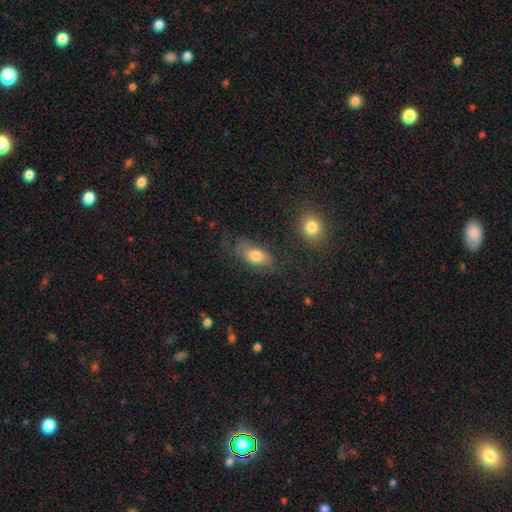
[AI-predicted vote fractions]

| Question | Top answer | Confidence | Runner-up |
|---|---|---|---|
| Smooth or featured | smooth | 70% | featured or disk (21%) |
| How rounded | in between | 86% | cigar-shaped (8%) |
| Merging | none | 61% | minor disturbance (22%) |